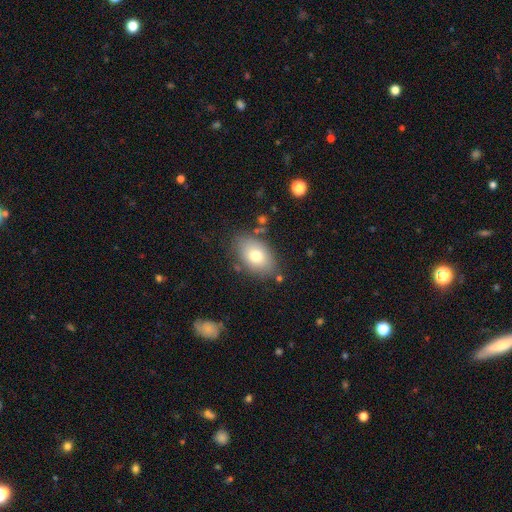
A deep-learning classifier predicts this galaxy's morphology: Smooth or featured?
  - smooth: 75% *
  - featured or disk: 16%
  - star or artifact: 8%
How rounded?
  - in between: 87% *
  - round: 11%
  - cigar-shaped: 1%
Merging?
  - none: 79% *
  - minor disturbance: 14%
  - major disturbance: 4%
  - merger: 3%